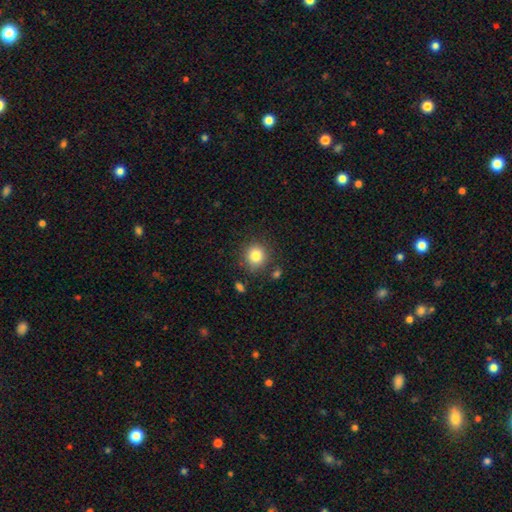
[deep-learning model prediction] Smooth or featured: smooth — 82% (star or artifact — 11%)
How rounded: round — 85% (in between — 14%)
Merging: none — 83% (minor disturbance — 10%)